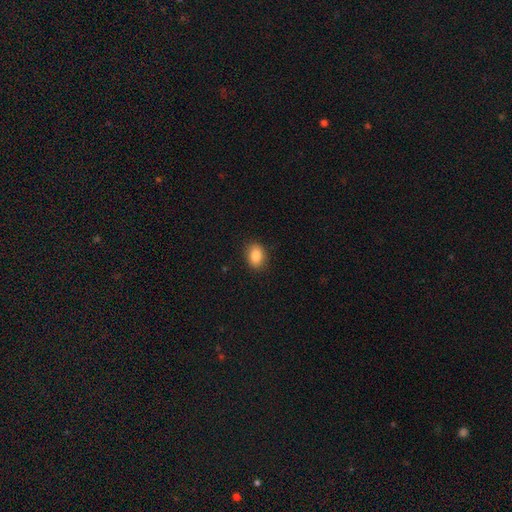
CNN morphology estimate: Smooth or featured? smooth (85%)
How rounded? in between (74%)
Merging? none (88%)